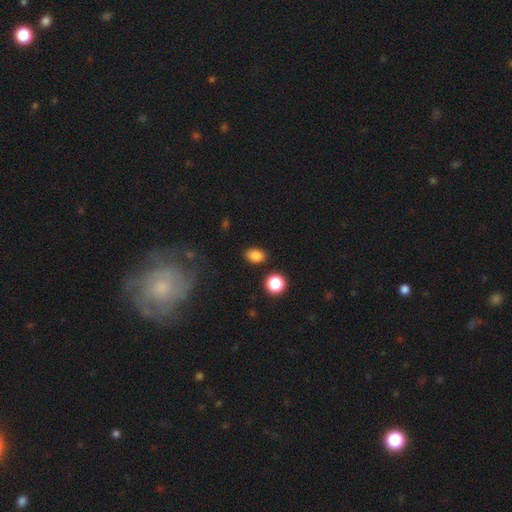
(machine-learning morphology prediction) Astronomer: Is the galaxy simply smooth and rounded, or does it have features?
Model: smooth — 85%.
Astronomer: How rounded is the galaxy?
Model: in between — 78%.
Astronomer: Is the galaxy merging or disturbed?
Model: none — 86%.